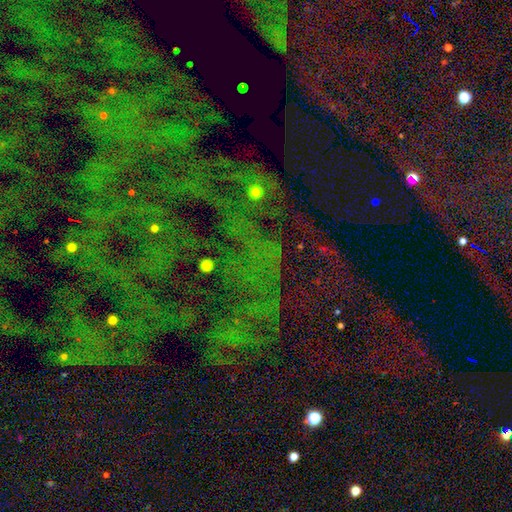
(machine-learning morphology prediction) The model was most divided on "smooth or featured": star or artifact: 82%, smooth: 9%, featured or disk: 9%.